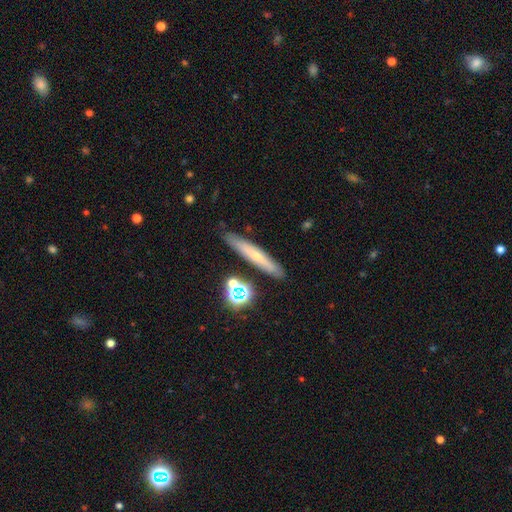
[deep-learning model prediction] Smooth or featured: smooth — 46% (featured or disk — 42%)
Merging: none — 83% (minor disturbance — 11%)